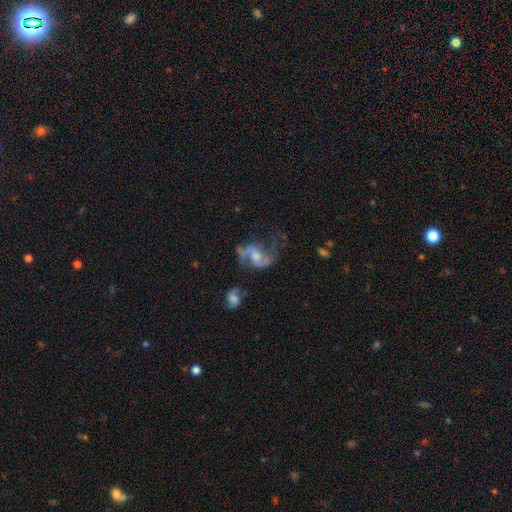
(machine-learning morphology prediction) This appears to be a featured or disk galaxy (79%) with no bar (51%), 2 (85%) loose (52%) spiral arms (89%) and a moderate central bulge (47%). Merging: none (42%).